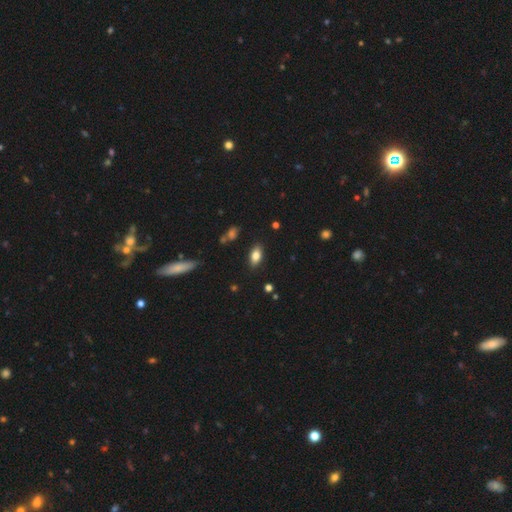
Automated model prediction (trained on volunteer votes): This is clearly a smooth galaxy (80%). How rounded: clearly in between (88%). Merging: clearly none (85%).